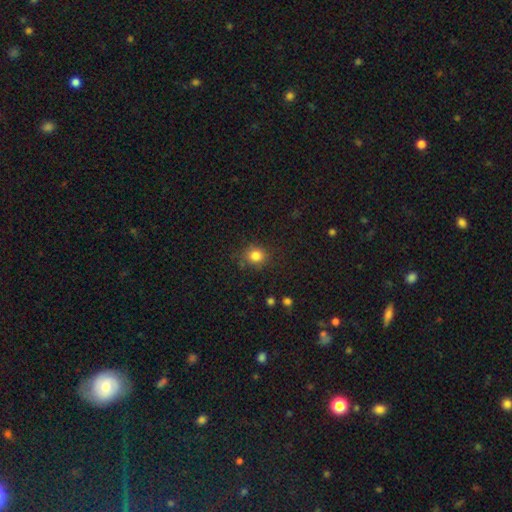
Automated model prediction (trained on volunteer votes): This is clearly a smooth galaxy (83%). How rounded: likely round (80%). Merging: clearly none (82%).